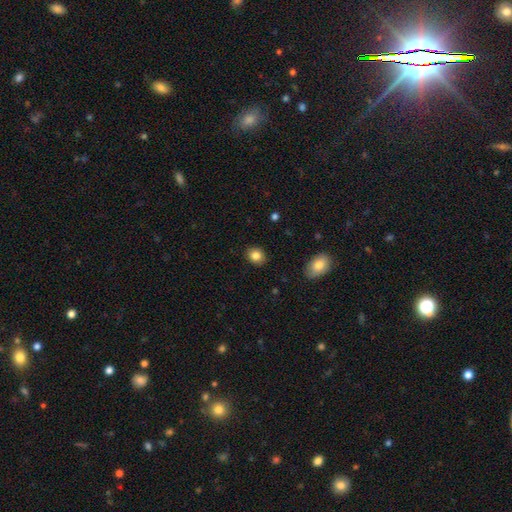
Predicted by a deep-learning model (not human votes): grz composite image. It shows a smooth galaxy with no disk features (84%) that is round (65%). Merging: none (89%).